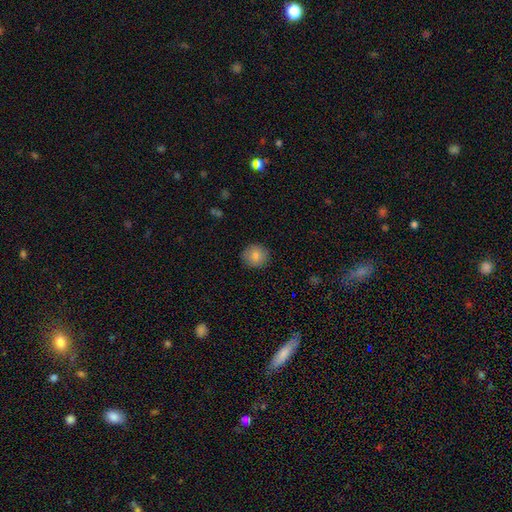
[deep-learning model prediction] This appears to be a smooth galaxy with no disk features (81%) that is round (89%). Merging: none (90%).